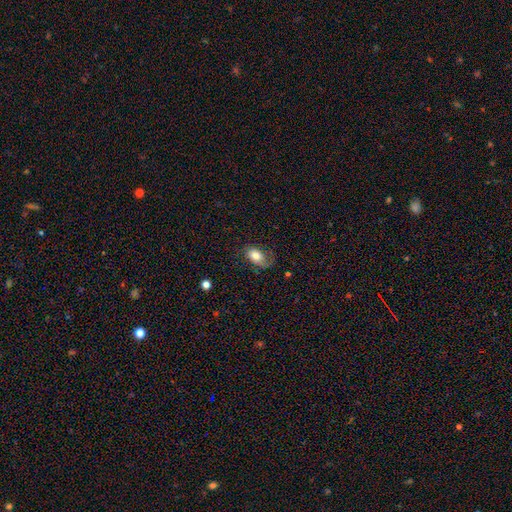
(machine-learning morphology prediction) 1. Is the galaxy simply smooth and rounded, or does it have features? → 66% smooth, 26% featured or disk, 8% star or artifact.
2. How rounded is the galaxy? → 87% in between, 11% round, 2% cigar-shaped.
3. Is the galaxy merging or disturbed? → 56% none, 25% minor disturbance, 17% major disturbance, 2% merger.